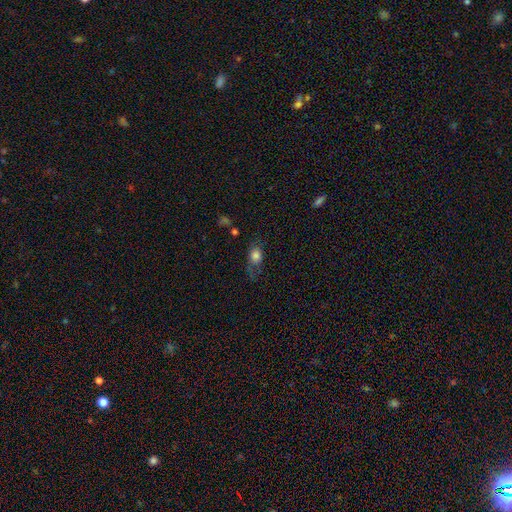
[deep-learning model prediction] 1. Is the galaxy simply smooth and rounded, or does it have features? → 77% smooth, 13% featured or disk, 11% star or artifact.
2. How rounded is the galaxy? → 62% in between, 33% round, 5% cigar-shaped.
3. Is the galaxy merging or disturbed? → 51% none, 28% minor disturbance, 18% major disturbance, 3% merger.